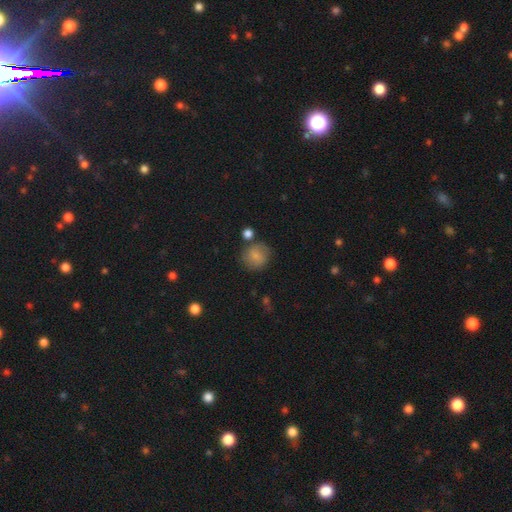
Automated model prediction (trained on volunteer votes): smooth-or-featured: smooth: 73% | featured or disk: 17% | star or artifact: 9%
  how-rounded: round: 85% | in between: 14% | cigar-shaped: 1%
  merging: none: 68% | minor disturbance: 19% | merger: 8% | major disturbance: 6%